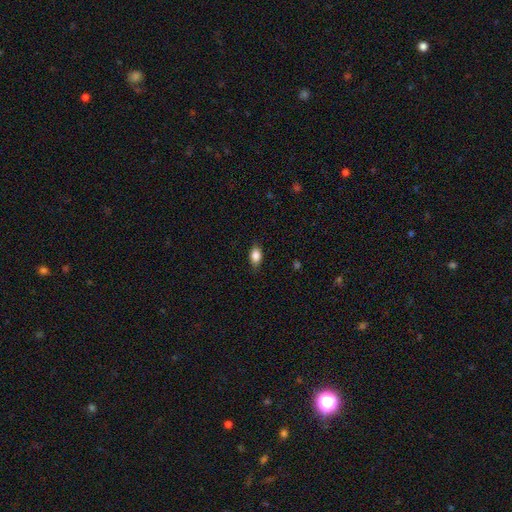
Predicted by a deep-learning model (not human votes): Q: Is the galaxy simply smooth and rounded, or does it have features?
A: smooth — 84%.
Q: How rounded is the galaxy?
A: in between — 82%.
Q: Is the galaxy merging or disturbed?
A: none — 79%.